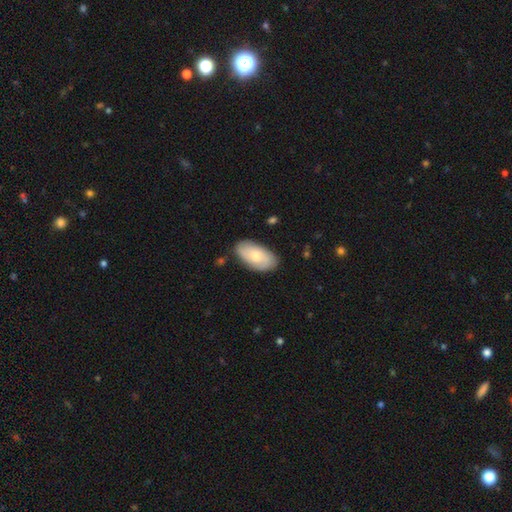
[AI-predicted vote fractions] Morphology: type=smooth (66%); roundness=in between (94%); merging=none (81%).